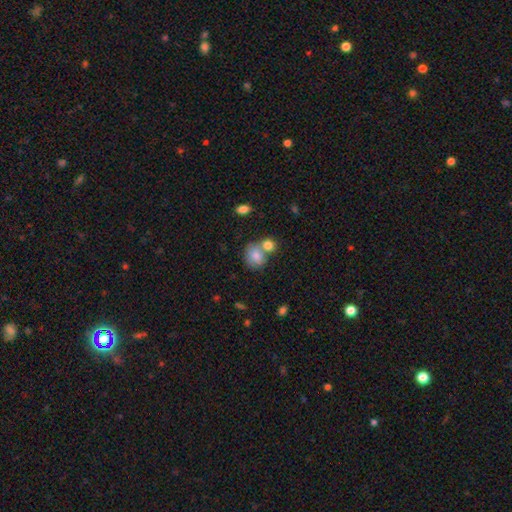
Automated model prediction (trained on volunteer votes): Smooth or featured: smooth — 80% (featured or disk — 12%)
How rounded: round — 57% (in between — 41%)
Merging: merger — 45% (none — 37%)